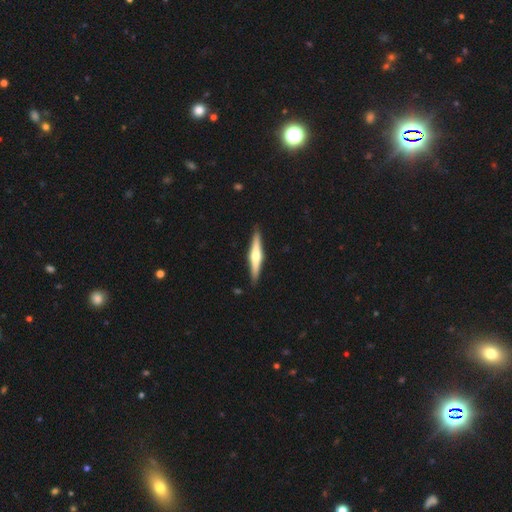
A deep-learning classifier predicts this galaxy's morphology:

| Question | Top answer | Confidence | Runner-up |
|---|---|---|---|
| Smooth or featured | featured or disk | 63% | smooth (32%) |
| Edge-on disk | yes | 97% | no (3%) |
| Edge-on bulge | rounded | 87% | boxy (7%) |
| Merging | none | 90% | minor disturbance (7%) |